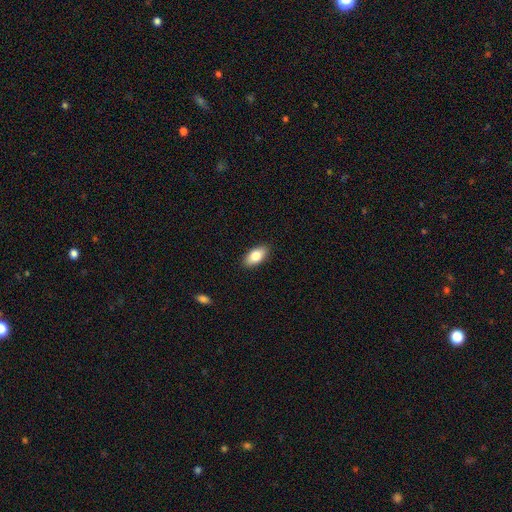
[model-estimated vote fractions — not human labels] This is clearly a smooth galaxy (82%). How rounded: clearly in between (91%). Merging: clearly none (89%).